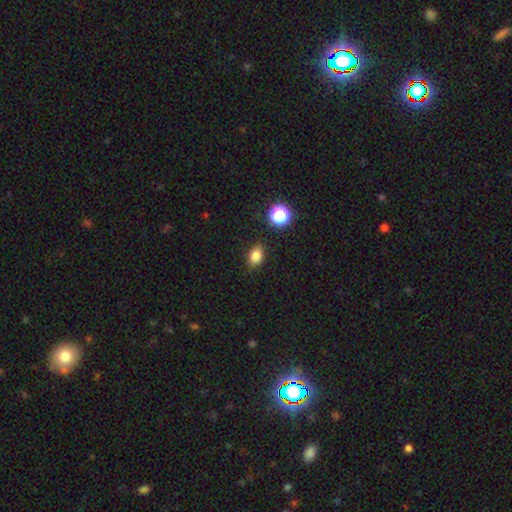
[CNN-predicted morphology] This appears to be a smooth galaxy with no disk features (81%) that is in between round and cigar-shaped (79%). Merging: none (86%).